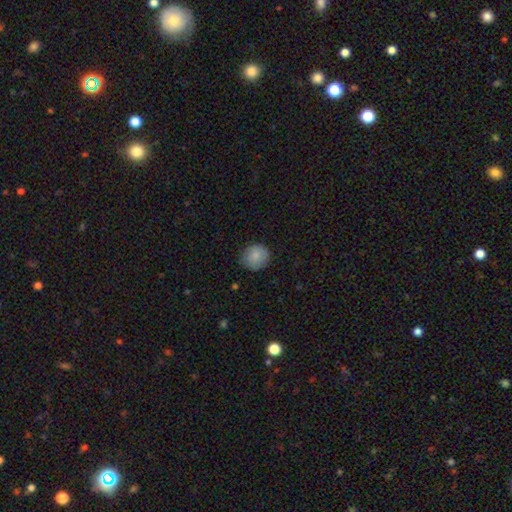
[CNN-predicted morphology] This appears to be a smooth galaxy with no disk features (86%) that is round (88%). Merging: none (83%).